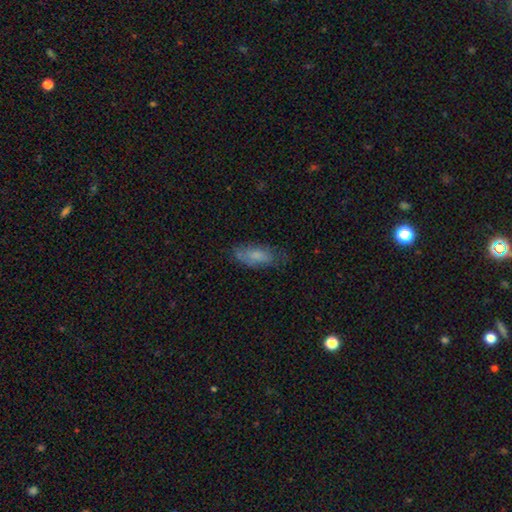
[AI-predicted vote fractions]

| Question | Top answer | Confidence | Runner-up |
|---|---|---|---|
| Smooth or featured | smooth | 71% | featured or disk (21%) |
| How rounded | in between | 76% | cigar-shaped (22%) |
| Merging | none | 65% | minor disturbance (25%) |